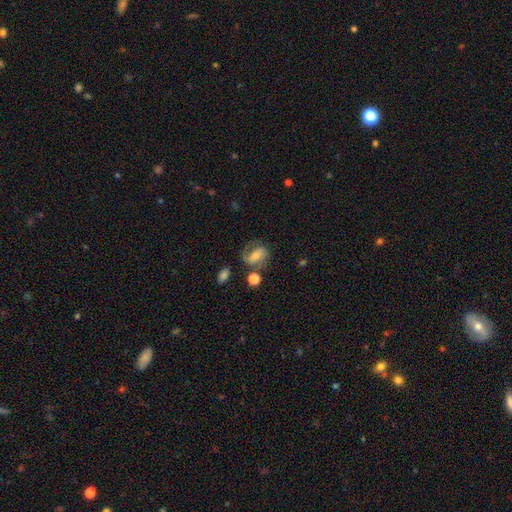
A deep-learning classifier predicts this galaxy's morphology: Smooth or featured? featured or disk (53%)
Edge-on disk? no (95%)
Bar? strong (38%)
Spiral arms? yes (79%)
Bulge size? moderate (44%)
Merging? none (56%)